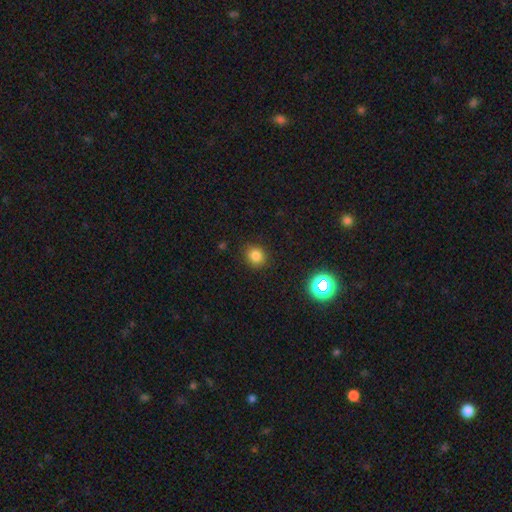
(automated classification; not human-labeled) smooth-or-featured: smooth: 81% | star or artifact: 14% | featured or disk: 5%
  how-rounded: round: 79% | in between: 20% | cigar-shaped: 1%
  merging: none: 87% | minor disturbance: 9% | major disturbance: 3% | merger: 1%